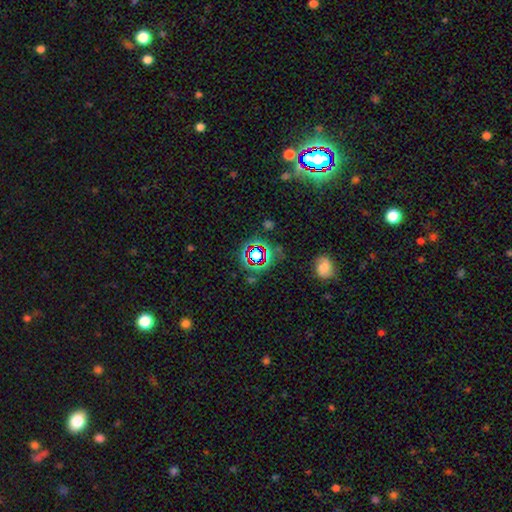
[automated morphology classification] Smooth or featured? star or artifact (63%)